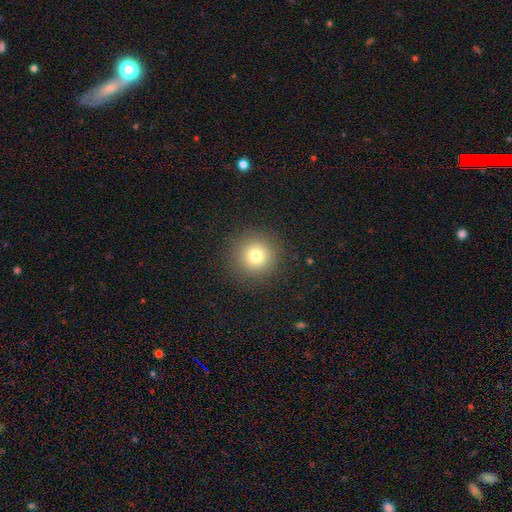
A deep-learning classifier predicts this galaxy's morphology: The model was most divided on "smooth or featured": smooth: 77%, star or artifact: 14%, featured or disk: 9%. More confident: how rounded — round (95%); merging — none (91%).